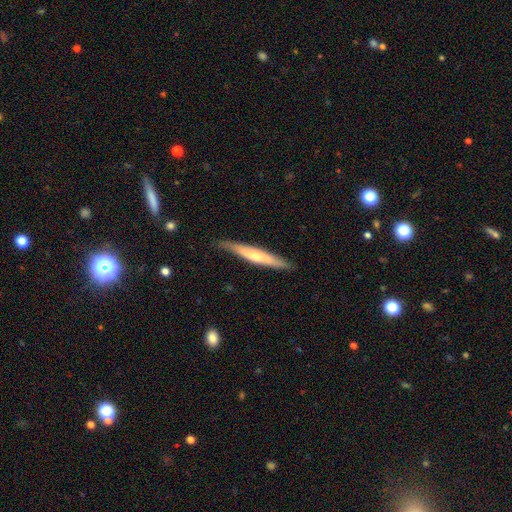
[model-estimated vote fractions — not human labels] smooth_or_featured: smooth (p=0.49) [alt: featured or disk p=0.45]
merging: none (p=0.84) [alt: minor disturbance p=0.13]